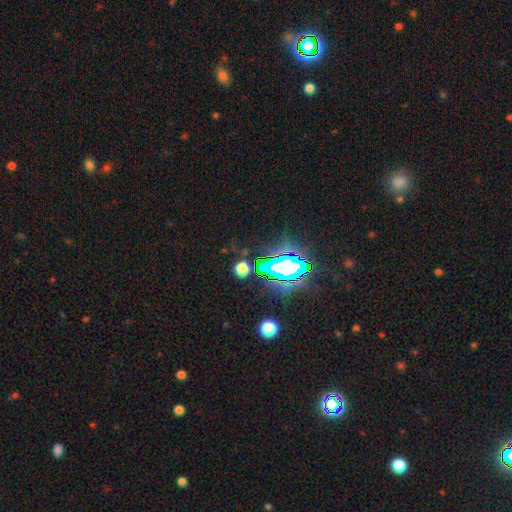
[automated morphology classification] Smooth or featured? Predicted: star or artifact (p=0.84).